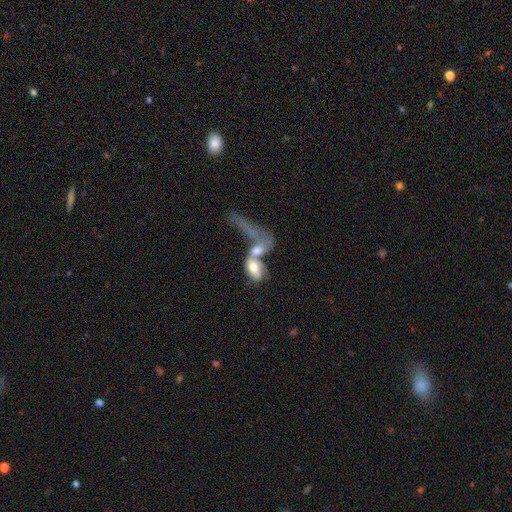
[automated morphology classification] smooth 48%, featured or disk 40%, star or artifact 12%. Down the decision tree: merging — merger (60%).